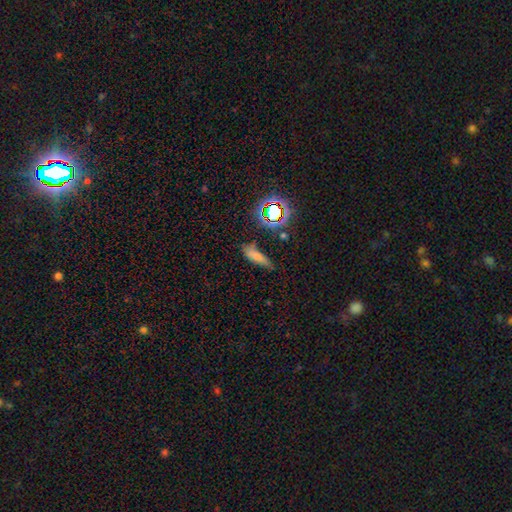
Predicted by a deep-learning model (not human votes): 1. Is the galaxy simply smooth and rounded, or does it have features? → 67% smooth, 19% star or artifact, 13% featured or disk.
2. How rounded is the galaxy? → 48% in between (tied), 48% cigar-shaped (tied), 4% round.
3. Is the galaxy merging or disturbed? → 61% none, 27% minor disturbance, 8% major disturbance, 5% merger.